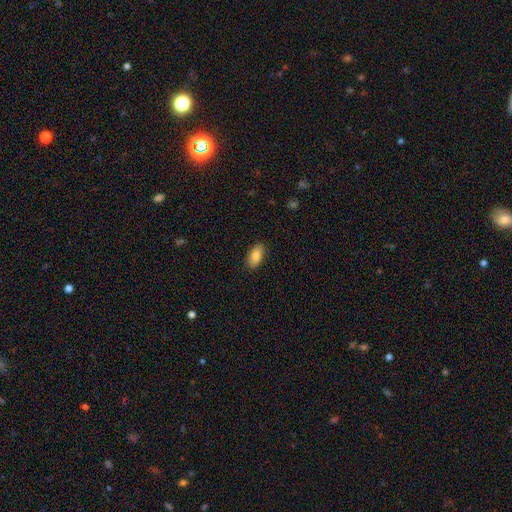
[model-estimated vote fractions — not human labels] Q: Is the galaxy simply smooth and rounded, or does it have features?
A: smooth — 86%.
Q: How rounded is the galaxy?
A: in between — 91%.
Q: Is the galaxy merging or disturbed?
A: none — 87%.